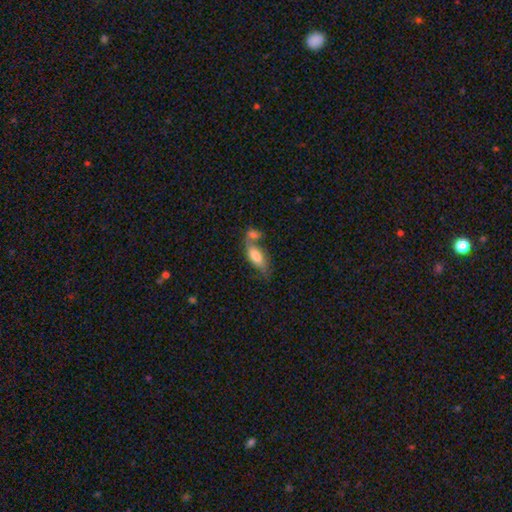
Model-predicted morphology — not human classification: Smooth or featured?
  - smooth: 70% *
  - featured or disk: 23%
  - star or artifact: 7%
How rounded?
  - in between: 80% *
  - cigar-shaped: 17%
  - round: 3%
Merging?
  - merger: 42% *
  - none: 34%
  - minor disturbance: 16%
  - major disturbance: 8%